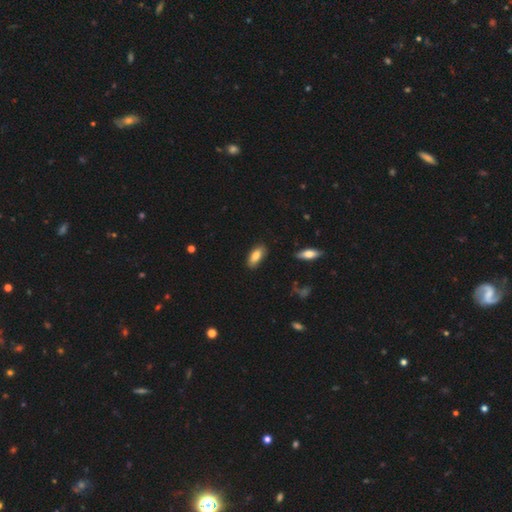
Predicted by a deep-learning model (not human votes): This is clearly a smooth galaxy (83%). How rounded: clearly in between (83%). Merging: clearly none (85%).